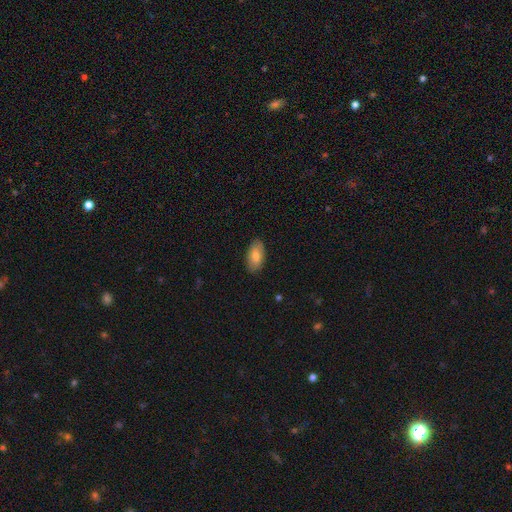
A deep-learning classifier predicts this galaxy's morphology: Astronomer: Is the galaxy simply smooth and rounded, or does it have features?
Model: smooth — 80%.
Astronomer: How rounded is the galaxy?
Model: in between — 93%.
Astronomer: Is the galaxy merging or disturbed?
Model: none — 86%.